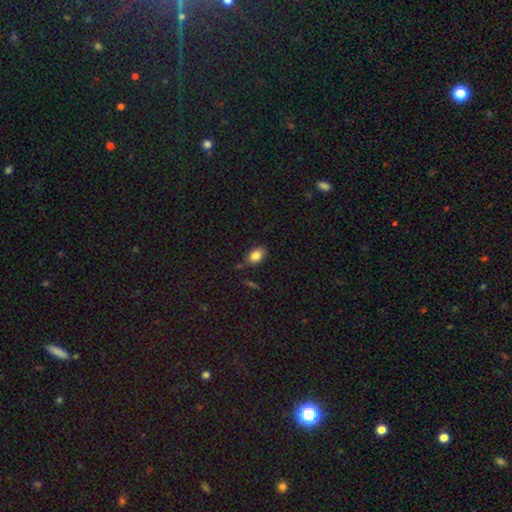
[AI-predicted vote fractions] This is clearly a smooth galaxy (83%). How rounded: clearly in between (85%). Merging: likely none (78%).